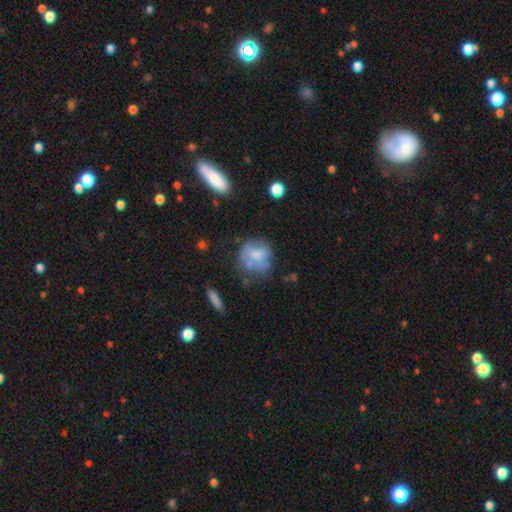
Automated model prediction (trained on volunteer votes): Smooth or featured?
  - smooth: 55% *
  - featured or disk: 35%
  - star or artifact: 10%
How rounded?
  - round: 74% *
  - in between: 25%
  - cigar-shaped: 1%
Merging?
  - none: 45% *
  - minor disturbance: 25%
  - major disturbance: 18%
  - merger: 12%